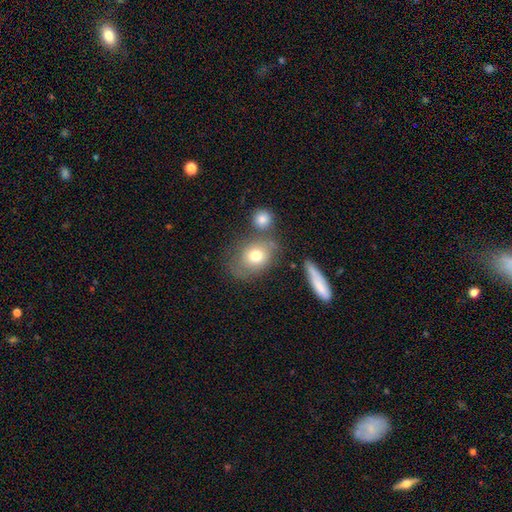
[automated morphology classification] This is likely a smooth galaxy (73%). How rounded: possibly in between (51%). Merging: possibly none (52%).